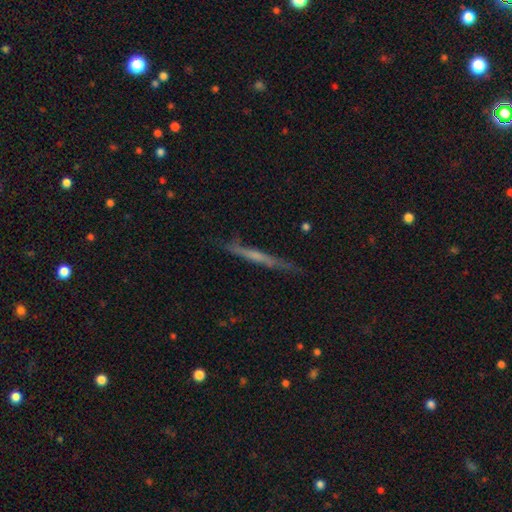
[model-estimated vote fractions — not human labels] smooth-or-featured: featured or disk: 56% | smooth: 36% | star or artifact: 7%
  disk-edge-on: yes: 95% | no: 5%
    edge-on-bulge: none: 69% | rounded: 22% | boxy: 9%
  merging: none: 82% | minor disturbance: 13% | major disturbance: 3% | merger: 2%